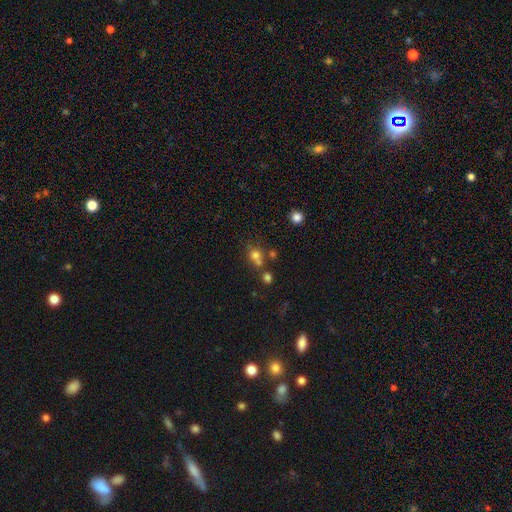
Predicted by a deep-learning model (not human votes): smooth 69%, star or artifact 18%, featured or disk 13%. Down the decision tree: how rounded — round (76%); merging — none (45%).